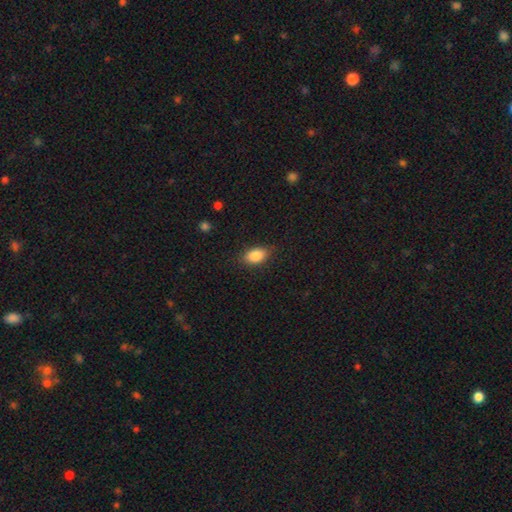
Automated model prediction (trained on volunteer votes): Overall: smooth (86%). How rounded: in between (88%). Merging: none (84%).